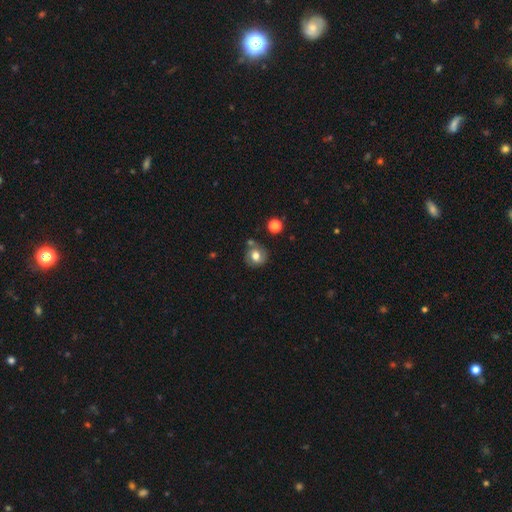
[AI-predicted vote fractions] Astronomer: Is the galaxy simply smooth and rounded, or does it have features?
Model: smooth — 68%.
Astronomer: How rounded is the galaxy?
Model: round — 81%.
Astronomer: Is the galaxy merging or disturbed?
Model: none — 68%.